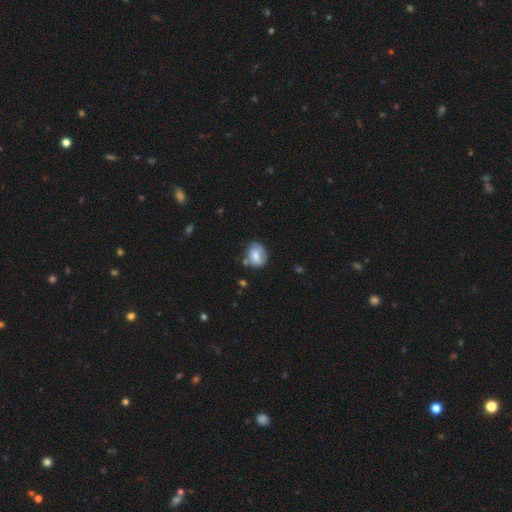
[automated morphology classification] The model was most divided on "how rounded": round: 54%, in between: 45%, cigar-shaped: 1%. More confident: merging — none (53%); smooth or featured — smooth (51%).